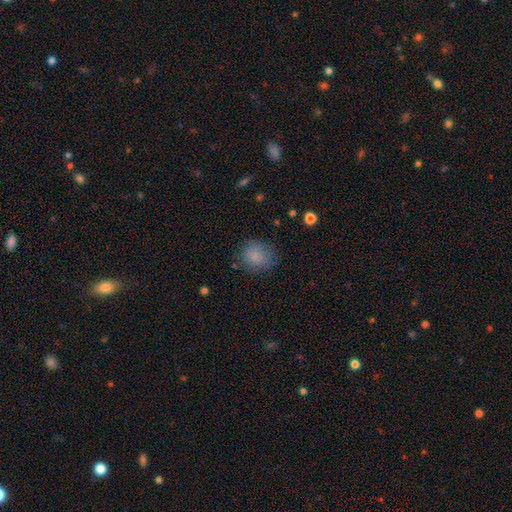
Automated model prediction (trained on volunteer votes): Smooth or featured? smooth (83%)
How rounded? round (77%)
Merging? none (77%)